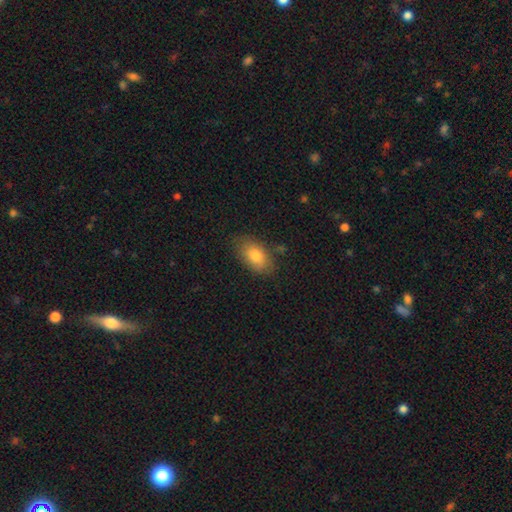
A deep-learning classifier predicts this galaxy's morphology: This appears to be a smooth galaxy with no disk features (80%) that is in between round and cigar-shaped (90%). Merging: none (75%).